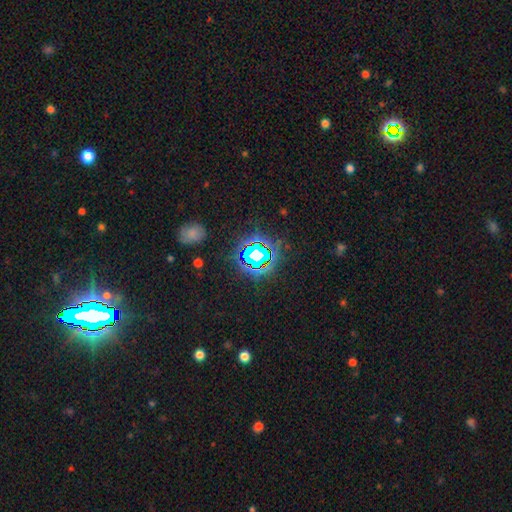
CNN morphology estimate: Smooth or featured?
  - star or artifact: 79% *
  - smooth: 13%
  - featured or disk: 8%